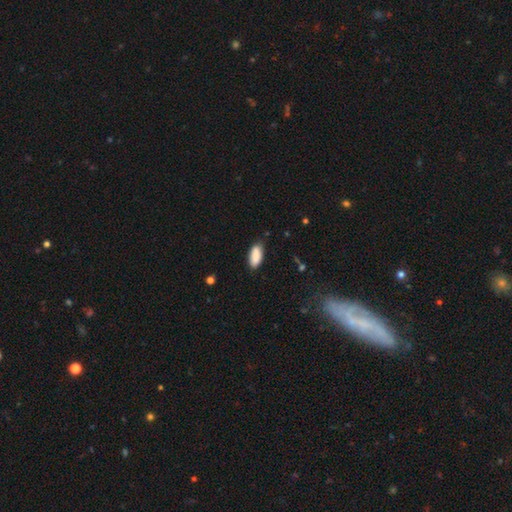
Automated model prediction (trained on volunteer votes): smooth-or-featured: smooth: 89% | star or artifact: 6% | featured or disk: 4%
  how-rounded: in between: 86% | cigar-shaped: 12% | round: 2%
  merging: none: 82% | minor disturbance: 14% | major disturbance: 2% | merger: 1%